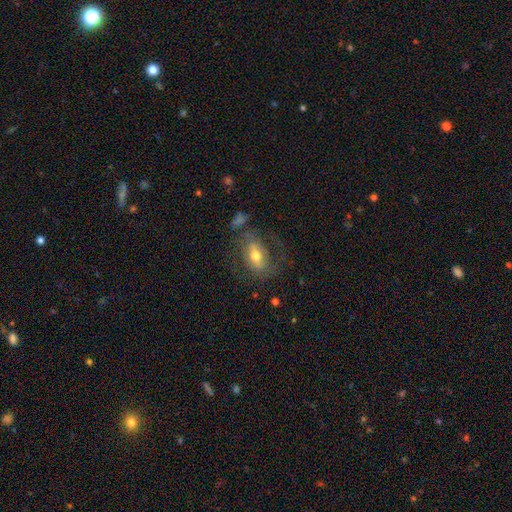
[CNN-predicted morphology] Q: Smooth or featured?
A: featured or disk (54%); runner-up: smooth (38%)
Q: Edge-on disk?
A: no (85%); runner-up: yes (15%)
Q: Merging?
A: none (57%); runner-up: minor disturbance (19%)